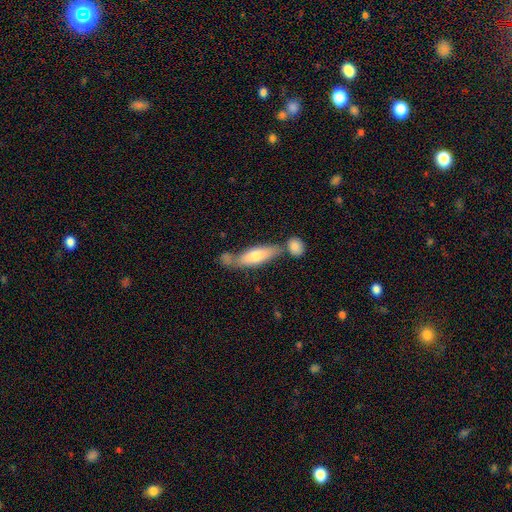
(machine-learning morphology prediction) This is likely a smooth galaxy (64%). How rounded: possibly cigar-shaped (59%). Merging: possibly none (52%).